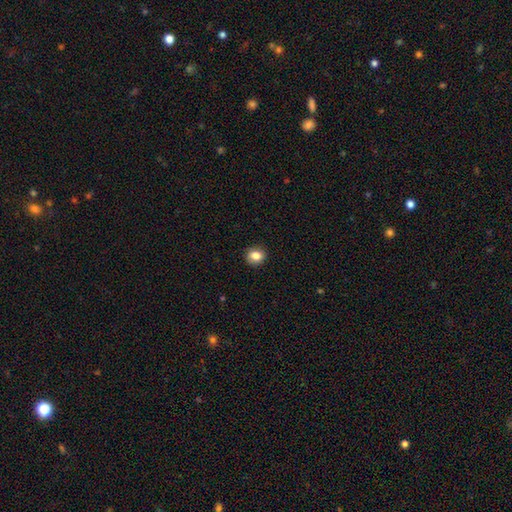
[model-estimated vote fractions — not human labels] Smooth or featured?
  - smooth: 84% *
  - star or artifact: 10%
  - featured or disk: 7%
How rounded?
  - round: 73% *
  - in between: 26%
  - cigar-shaped: 1%
Merging?
  - none: 89% *
  - minor disturbance: 8%
  - major disturbance: 2%
  - merger: 1%